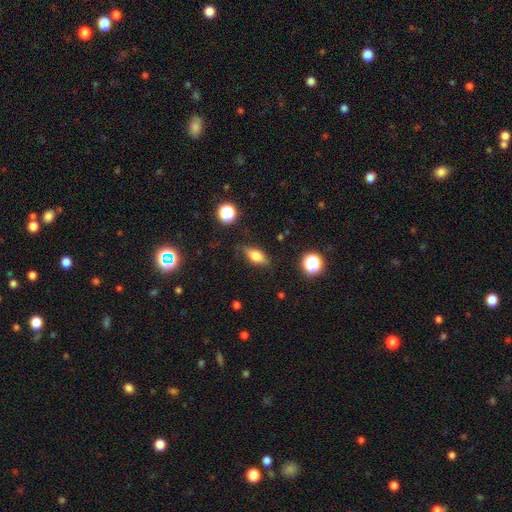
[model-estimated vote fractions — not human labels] Smooth or featured? Predicted: smooth (p=0.59). How rounded? Predicted: in between (p=0.71). Merging? Predicted: none (p=0.80).